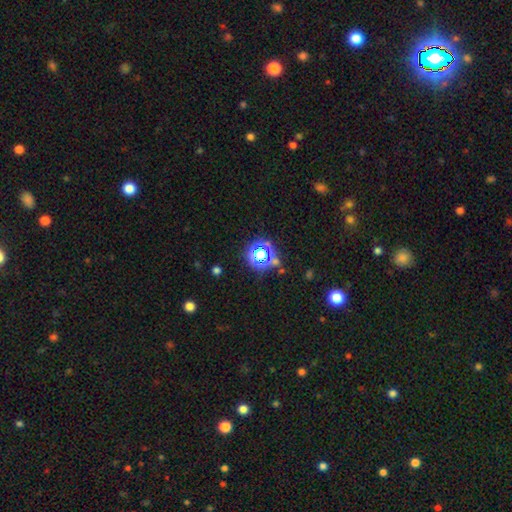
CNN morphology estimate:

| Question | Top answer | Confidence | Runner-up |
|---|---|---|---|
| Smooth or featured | star or artifact | 64% | smooth (26%) |